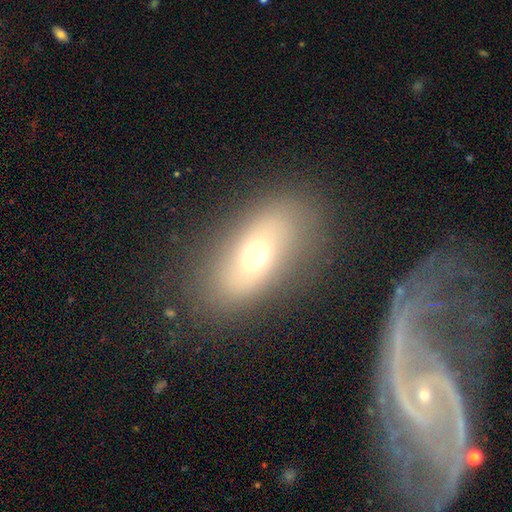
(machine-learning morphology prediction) A smooth galaxy with no disk features (57%) that is in between round and cigar-shaped (84%). Merging: none (77%).